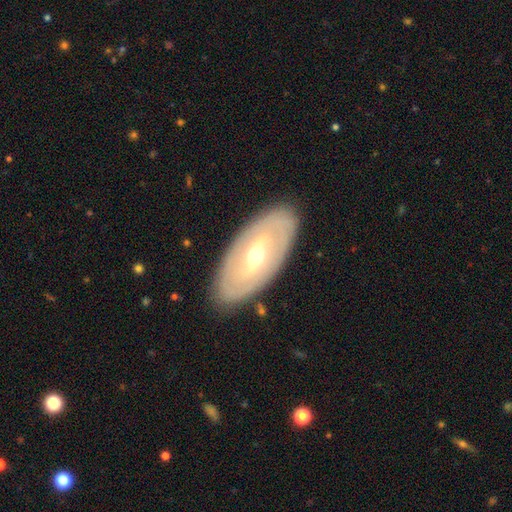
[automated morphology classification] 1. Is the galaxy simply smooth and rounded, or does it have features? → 74% featured or disk, 21% smooth, 5% star or artifact.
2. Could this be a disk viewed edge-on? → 89% no, 11% yes.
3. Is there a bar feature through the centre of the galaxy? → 44% weak, 35% no, 21% strong.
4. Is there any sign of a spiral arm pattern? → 65% yes, 35% no.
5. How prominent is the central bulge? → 62% moderate, 34% small, 3% large, 1% dominant, 1% none.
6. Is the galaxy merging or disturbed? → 87% none, 10% minor disturbance, 2% major disturbance, 1% merger.